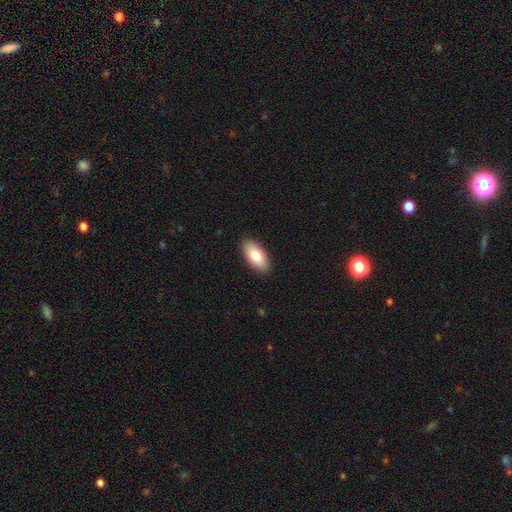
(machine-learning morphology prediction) smooth-or-featured: smooth: 80% | featured or disk: 14% | star or artifact: 6%
  how-rounded: in between: 93% | cigar-shaped: 5% | round: 2%
  merging: none: 90% | minor disturbance: 7% | major disturbance: 2% | merger: 1%